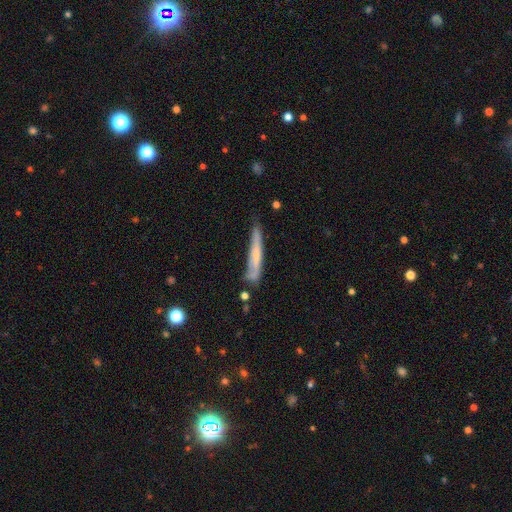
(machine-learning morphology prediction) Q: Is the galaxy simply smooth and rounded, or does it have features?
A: smooth — 51%.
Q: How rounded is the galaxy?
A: cigar-shaped — 93%.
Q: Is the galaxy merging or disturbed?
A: none — 59%.